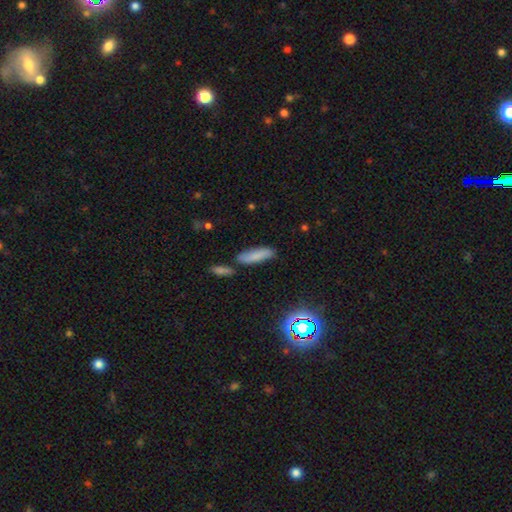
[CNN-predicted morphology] Q: Smooth or featured?
A: smooth (76%); runner-up: featured or disk (13%)
Q: How rounded?
A: cigar-shaped (58%); runner-up: in between (39%)
Q: Merging?
A: none (73%); runner-up: minor disturbance (14%)